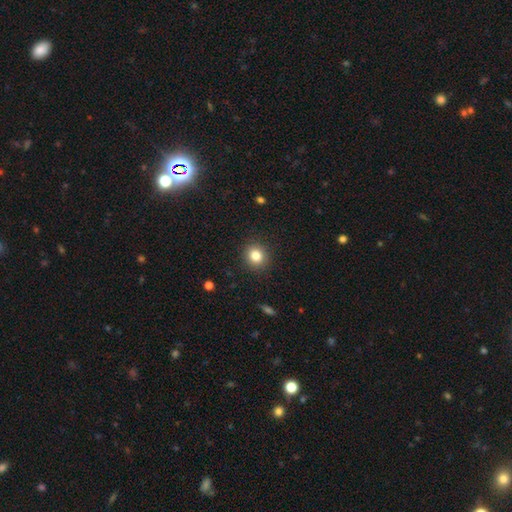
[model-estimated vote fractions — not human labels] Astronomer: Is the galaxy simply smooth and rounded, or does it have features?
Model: smooth — 83%.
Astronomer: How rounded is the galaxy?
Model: round — 83%.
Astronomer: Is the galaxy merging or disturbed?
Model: none — 90%.